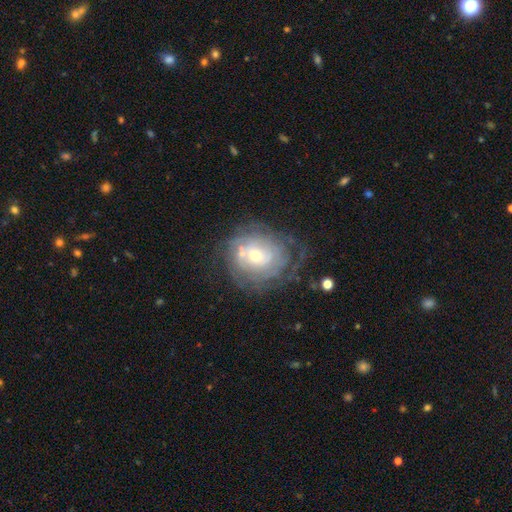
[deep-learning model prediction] featured or disk 74%, smooth 17%, star or artifact 8%. Down the decision tree: edge-on disk — no (97%); bar — no (70%); spiral arms — yes (83%); spiral arm count — can't tell (58%); spiral winding — tight (72%); bulge size — moderate (49%); merging — none (61%).